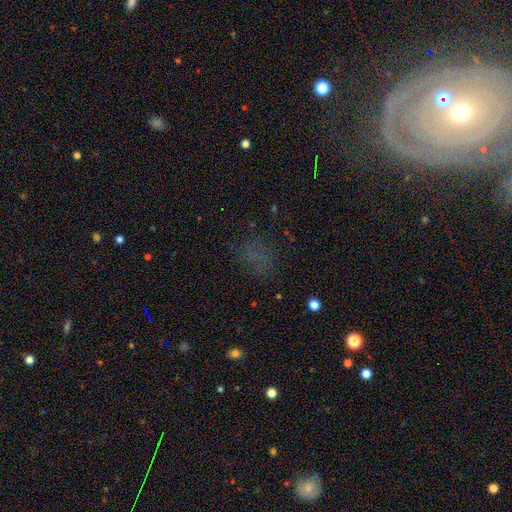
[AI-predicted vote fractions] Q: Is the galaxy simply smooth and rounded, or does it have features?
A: star or artifact — 38%.